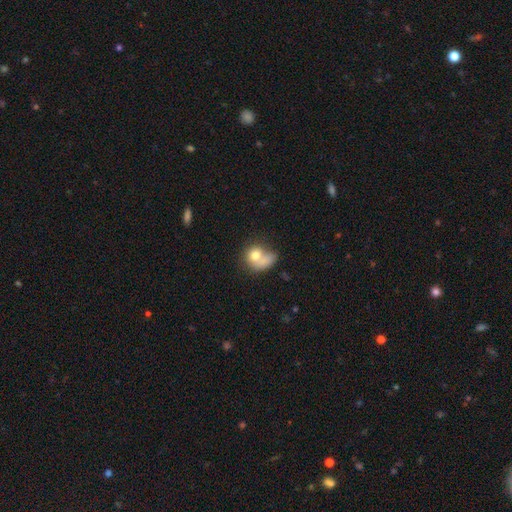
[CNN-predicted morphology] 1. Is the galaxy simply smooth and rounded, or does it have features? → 72% smooth, 19% featured or disk, 9% star or artifact.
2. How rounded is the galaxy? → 57% round, 41% in between, 1% cigar-shaped.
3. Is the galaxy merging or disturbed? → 43% merger, 24% none, 19% major disturbance, 15% minor disturbance.